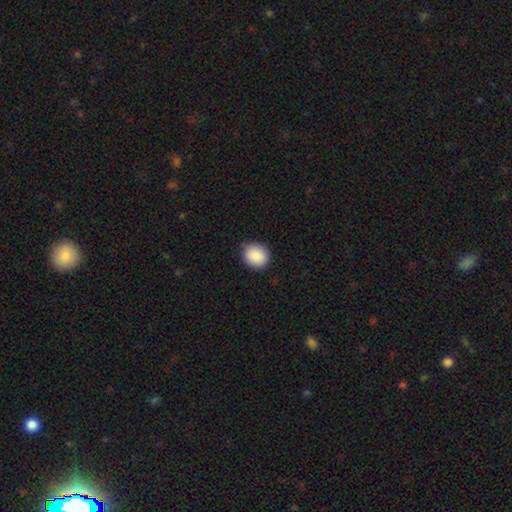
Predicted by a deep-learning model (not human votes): smooth-or-featured: smooth: 89% | star or artifact: 8% | featured or disk: 3%
  how-rounded: round: 69% | in between: 30% | cigar-shaped: 1%
  merging: none: 83% | minor disturbance: 13% | major disturbance: 2% | merger: 1%